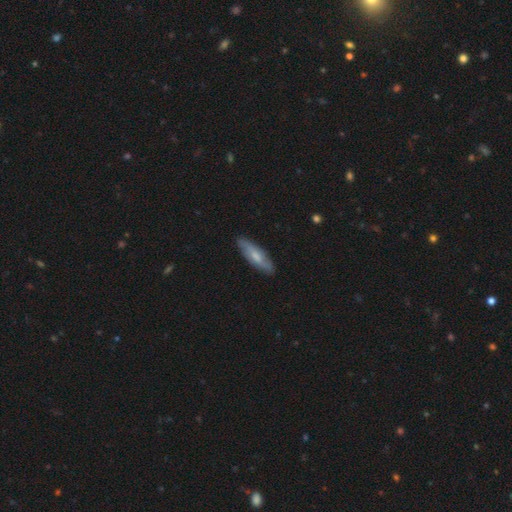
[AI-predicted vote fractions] This is possibly a smooth galaxy (55%). How rounded: possibly cigar-shaped (56%). Merging: clearly none (84%).